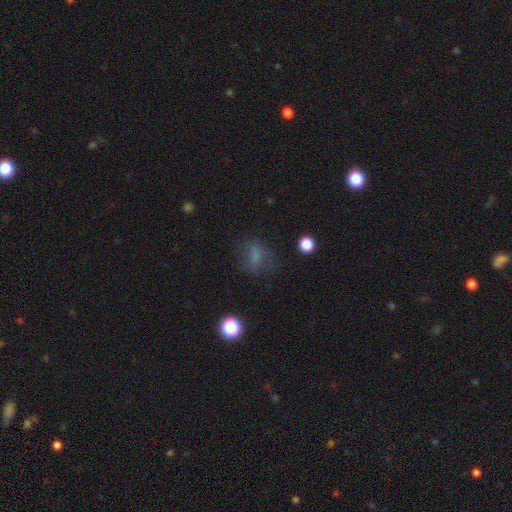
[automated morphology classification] Smooth or featured? smooth (62%)
How rounded? in between (61%)
Merging? none (60%)